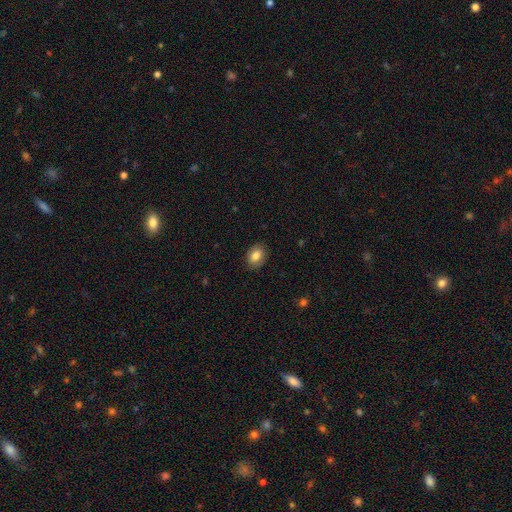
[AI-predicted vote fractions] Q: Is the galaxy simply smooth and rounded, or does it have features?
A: smooth — 82%.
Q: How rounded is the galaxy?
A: in between — 72%.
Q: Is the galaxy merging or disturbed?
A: none — 86%.